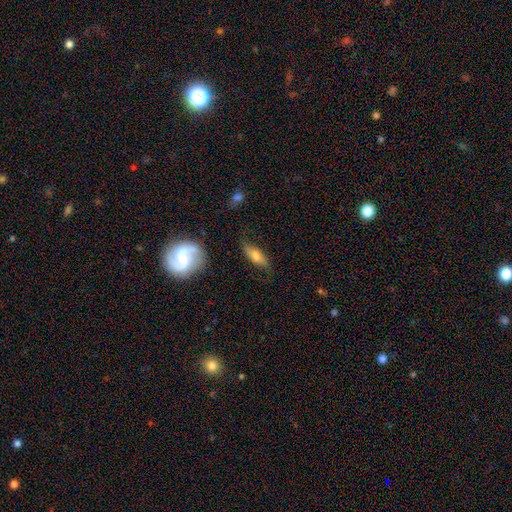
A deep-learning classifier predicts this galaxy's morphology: Overall: smooth (60%; featured or disk 32%). How rounded: in between (70%). Merging: none (70%).